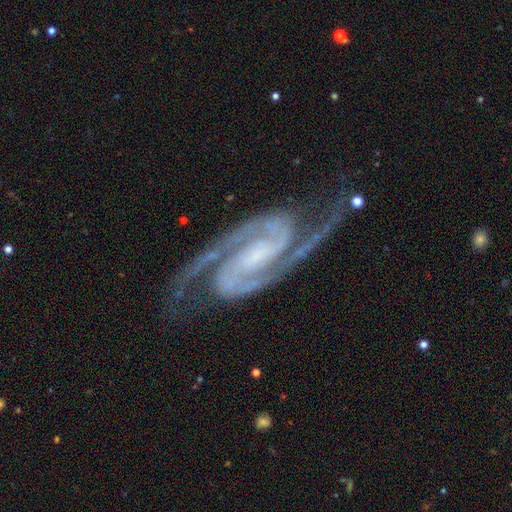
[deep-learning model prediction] The model was most divided on "bar": weak: 37%, strong: 35%, no: 27%. More confident: spiral arms — yes (99%); edge-on disk — no (97%); spiral arm count — 2 (94%); smooth or featured — featured or disk (94%); merging — none (77%); bulge size — small (56%); spiral winding — medium (54%).